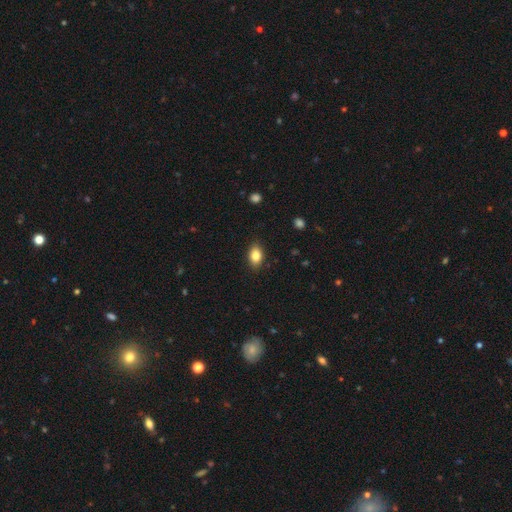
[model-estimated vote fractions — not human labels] A smooth galaxy with no disk features (84%) that is in between round and cigar-shaped (85%). Merging: none (87%).